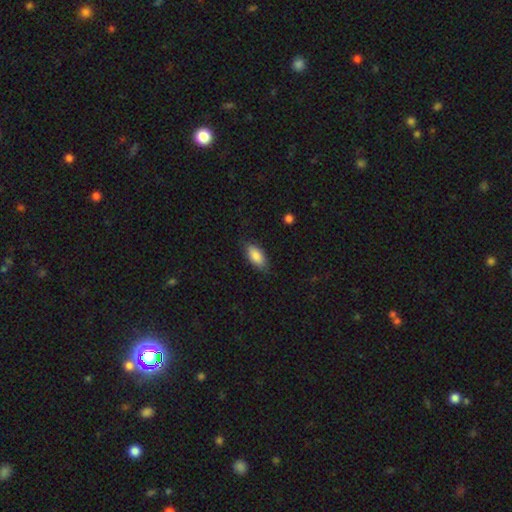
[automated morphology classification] Smooth or featured?
  - smooth: 85% *
  - featured or disk: 8%
  - star or artifact: 6%
How rounded?
  - in between: 88% *
  - cigar-shaped: 10%
  - round: 2%
Merging?
  - none: 78% *
  - minor disturbance: 17%
  - major disturbance: 3%
  - merger: 1%